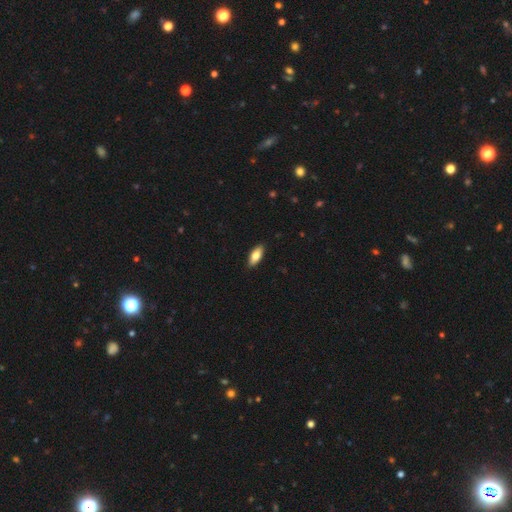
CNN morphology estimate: smooth 79%, featured or disk 15%, star or artifact 6%. Down the decision tree: how rounded — in between (83%); merging — none (90%).